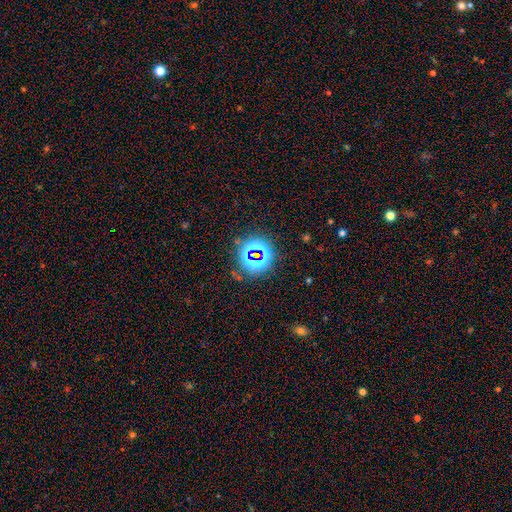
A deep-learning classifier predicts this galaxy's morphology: Overall: star or artifact (74%).